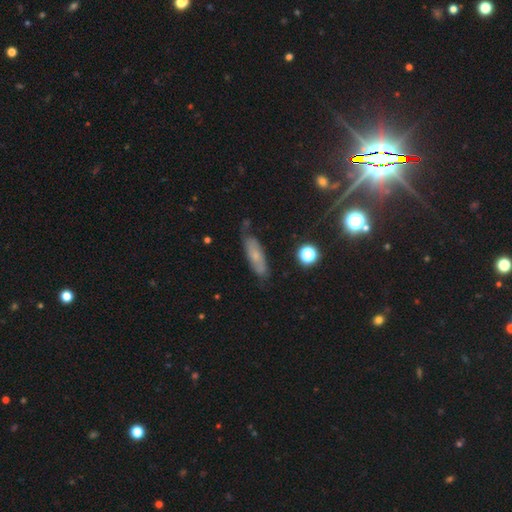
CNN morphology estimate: type=smooth (49%); merging=none (69%).